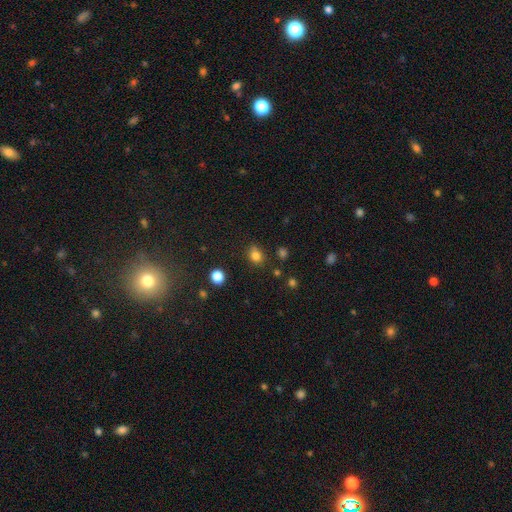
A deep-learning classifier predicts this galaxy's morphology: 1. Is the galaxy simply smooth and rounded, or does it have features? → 81% smooth, 13% star or artifact, 6% featured or disk.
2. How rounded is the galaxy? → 58% round, 41% in between, 1% cigar-shaped.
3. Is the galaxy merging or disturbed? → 73% none, 18% minor disturbance, 5% merger, 4% major disturbance.